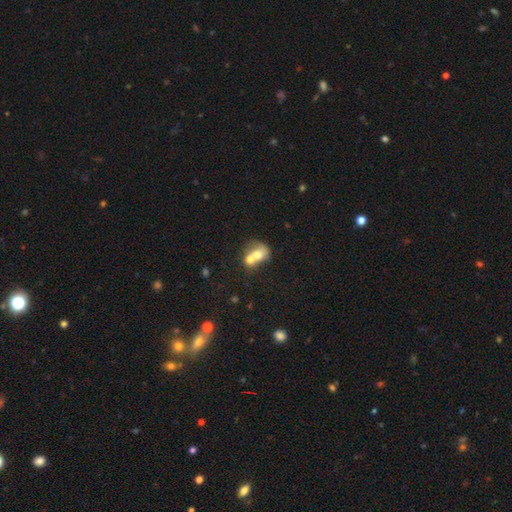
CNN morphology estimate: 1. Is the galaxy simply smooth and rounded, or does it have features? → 63% smooth, 29% featured or disk, 9% star or artifact.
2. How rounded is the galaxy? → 50% round, 48% in between, 1% cigar-shaped.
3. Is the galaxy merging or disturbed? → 76% merger, 14% none, 6% minor disturbance, 4% major disturbance.